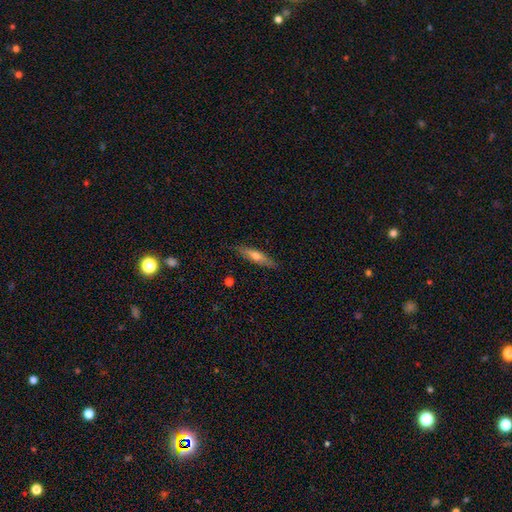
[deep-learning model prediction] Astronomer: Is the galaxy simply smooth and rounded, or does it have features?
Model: smooth — 49% (runner-up: featured or disk, 45%).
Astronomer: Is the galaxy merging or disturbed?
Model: none — 85%.